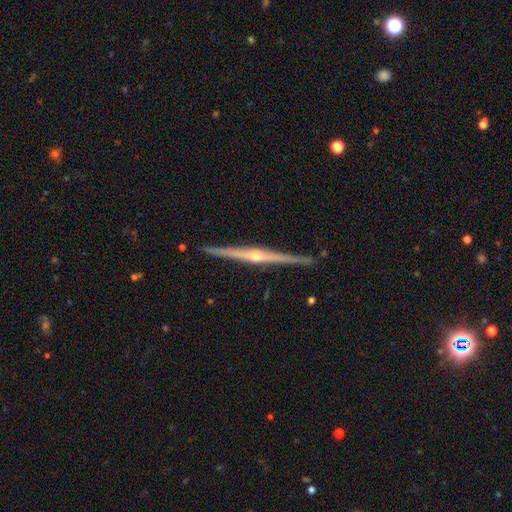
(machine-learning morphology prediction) smooth-or-featured: featured or disk: 89% | smooth: 7% | star or artifact: 4%
  disk-edge-on: yes: 99% | no: 1%
    edge-on-bulge: rounded: 89% | none: 7% | boxy: 5%
  merging: none: 92% | minor disturbance: 6% | major disturbance: 1% | merger: 1%